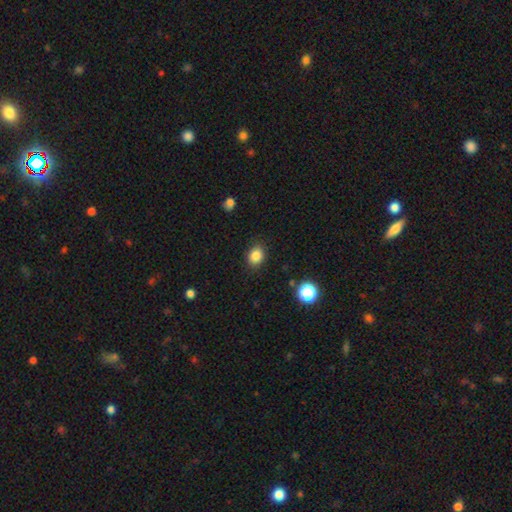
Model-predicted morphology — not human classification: smooth_or_featured: smooth (p=0.85) [alt: star or artifact p=0.11]
how_rounded: in between (p=0.55) [alt: round p=0.44]
merging: none (p=0.86) [alt: minor disturbance p=0.10]